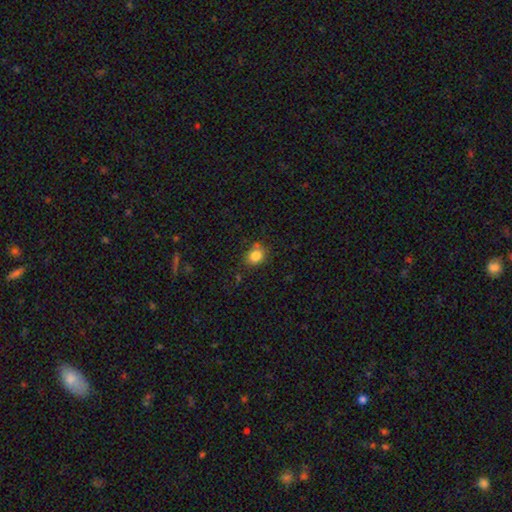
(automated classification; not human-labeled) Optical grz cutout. It shows a smooth galaxy with no disk features (83%) that is round (59%). Merging: none (74%).